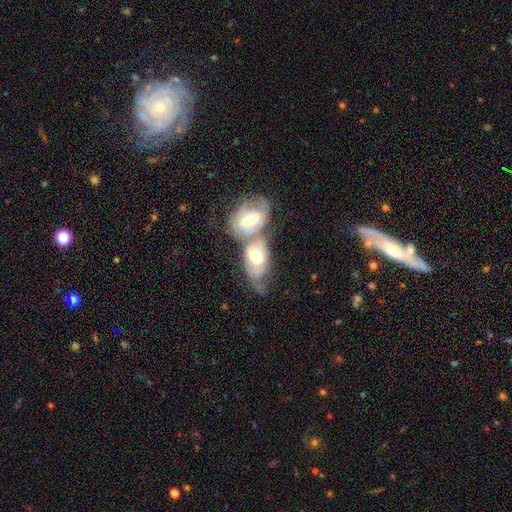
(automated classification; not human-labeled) smooth_or_featured: featured or disk (p=0.64) [alt: smooth p=0.26]
disk_edge_on: no (p=0.89) [alt: yes p=0.11]
bar: no (p=0.65) [alt: weak p=0.26]
has_spiral_arms: yes (p=0.78) [alt: no p=0.22]
bulge_size: moderate (p=0.58) [alt: small p=0.22]
merging: merger (p=0.60) [alt: none p=0.24]